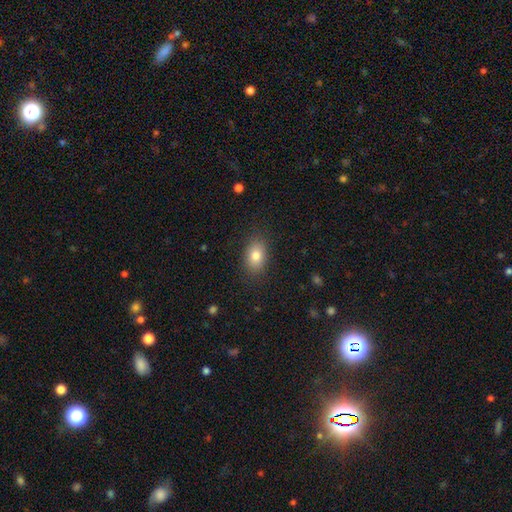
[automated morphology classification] smooth 81%, featured or disk 10%, star or artifact 9%. Down the decision tree: how rounded — in between (84%); merging — none (86%).